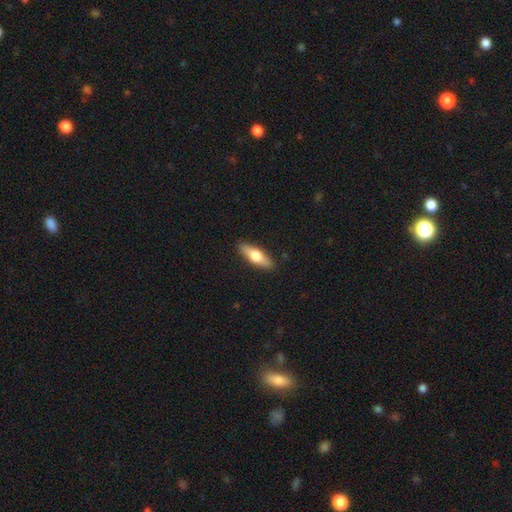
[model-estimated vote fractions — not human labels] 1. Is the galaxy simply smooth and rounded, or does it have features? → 60% smooth, 35% featured or disk, 5% star or artifact.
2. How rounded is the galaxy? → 50% in between, 48% cigar-shaped, 3% round.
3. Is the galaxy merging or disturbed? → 90% none, 8% minor disturbance, 2% major disturbance, 1% merger.